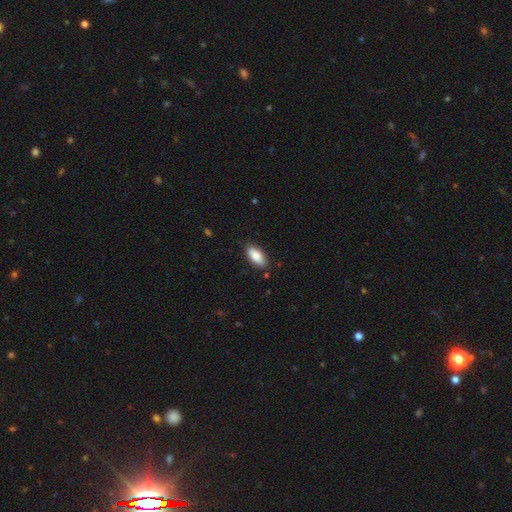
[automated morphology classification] Smooth or featured?
  - smooth: 86% *
  - featured or disk: 7%
  - star or artifact: 6%
How rounded?
  - in between: 89% *
  - cigar-shaped: 9%
  - round: 2%
Merging?
  - none: 84% *
  - minor disturbance: 12%
  - major disturbance: 2%
  - merger: 1%